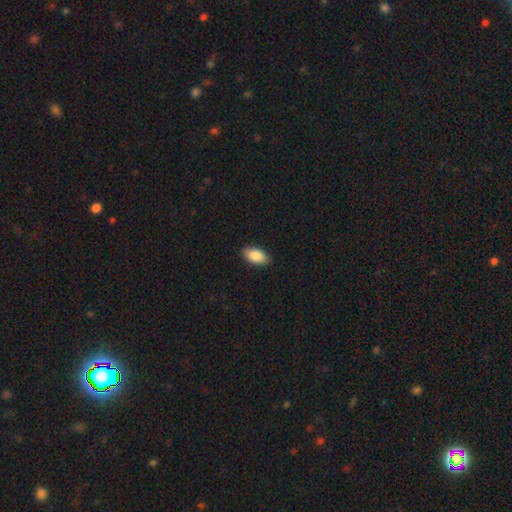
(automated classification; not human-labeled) Overall: smooth (88%). How rounded: in between (94%). Merging: none (89%).